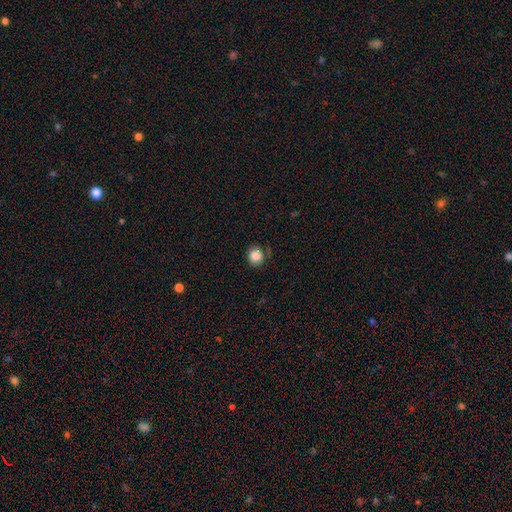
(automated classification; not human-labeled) Q: Smooth or featured?
A: smooth (83%); runner-up: star or artifact (10%)
Q: How rounded?
A: round (79%); runner-up: in between (20%)
Q: Merging?
A: none (75%); runner-up: minor disturbance (18%)